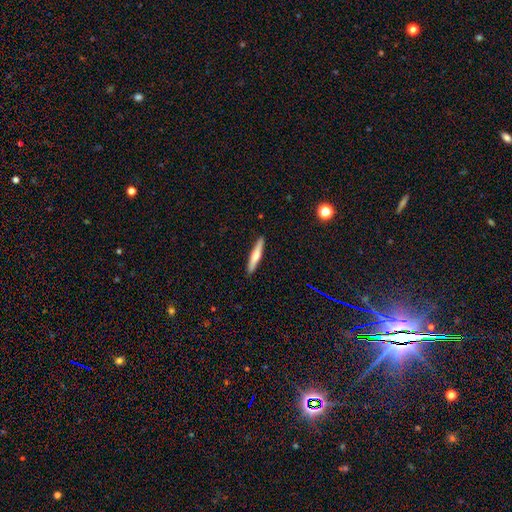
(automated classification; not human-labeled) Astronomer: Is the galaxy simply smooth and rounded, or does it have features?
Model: smooth — 58% (runner-up: featured or disk, 36%).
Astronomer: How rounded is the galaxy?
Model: cigar-shaped — 92%.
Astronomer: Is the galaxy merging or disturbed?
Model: none — 91%.